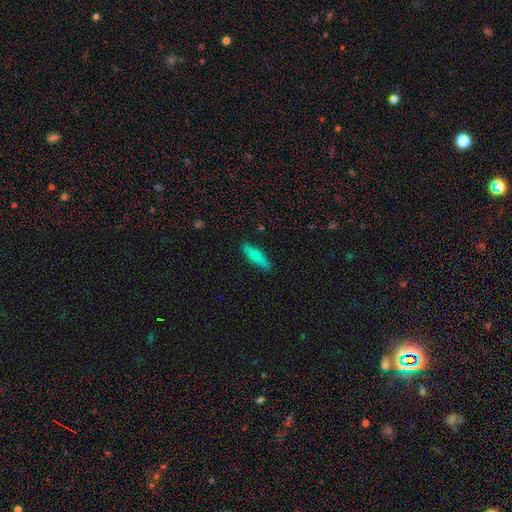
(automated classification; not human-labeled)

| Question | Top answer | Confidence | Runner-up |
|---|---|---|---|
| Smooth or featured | smooth | 75% | featured or disk (18%) |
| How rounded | cigar-shaped | 73% | in between (25%) |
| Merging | none | 87% | minor disturbance (9%) |